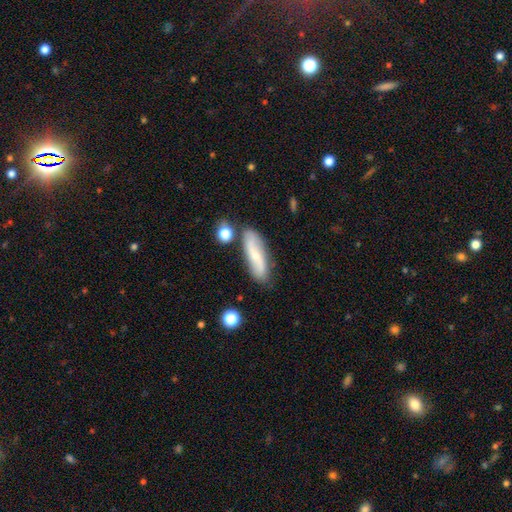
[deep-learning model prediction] A featured or disk galaxy (51%).

Vote fractions:
- Smooth or featured? featured or disk: 51% / smooth: 41% / star or artifact: 7%
- Edge-on disk? no: 79% / yes: 21%
- Merging? none: 77% / minor disturbance: 14% / merger: 5% / major disturbance: 3%